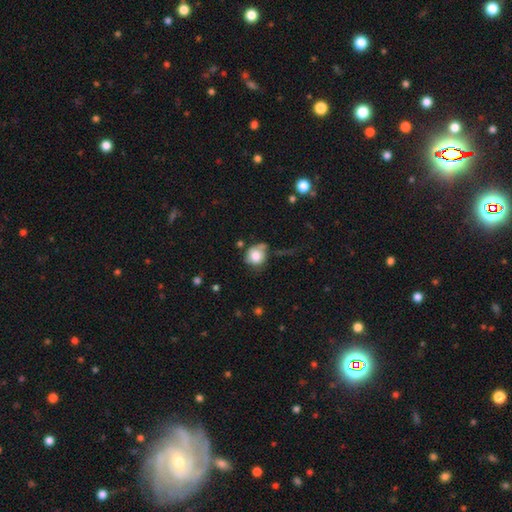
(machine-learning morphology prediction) This is likely a smooth galaxy (74%). How rounded: likely round (75%). Merging: marginally none (44%).